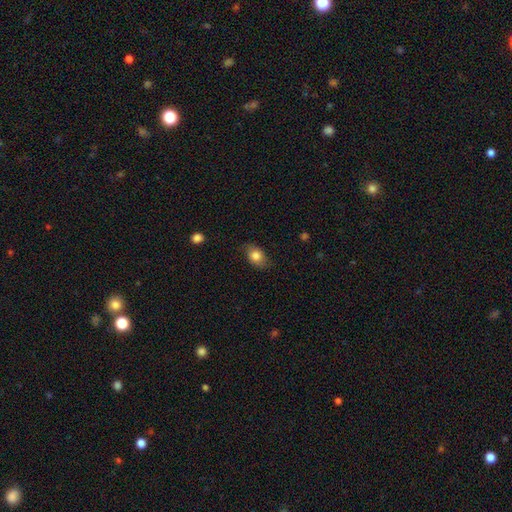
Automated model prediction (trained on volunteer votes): Smooth or featured: smooth — 80% (featured or disk — 12%)
How rounded: in between — 77% (round — 22%)
Merging: none — 75% (minor disturbance — 19%)